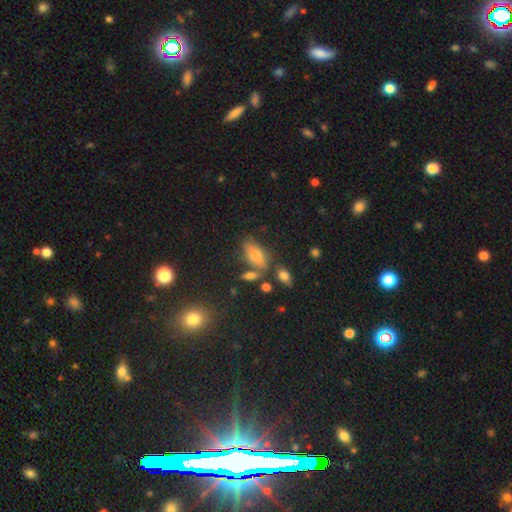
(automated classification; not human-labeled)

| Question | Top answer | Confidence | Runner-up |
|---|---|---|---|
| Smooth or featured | smooth | 69% | featured or disk (17%) |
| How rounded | in between | 81% | cigar-shaped (15%) |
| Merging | none | 60% | minor disturbance (19%) |